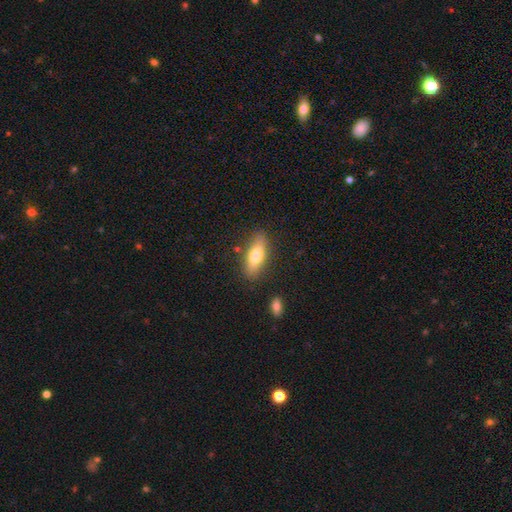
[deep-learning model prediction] A smooth galaxy with no disk features (71%) that is in between round and cigar-shaped (66%).

Vote fractions:
- Smooth or featured? smooth: 71% / featured or disk: 23% / star or artifact: 6%
- How rounded? in between: 66% / cigar-shaped: 32% / round: 3%
- Merging? none: 83% / minor disturbance: 12% / merger: 3% / major disturbance: 3%